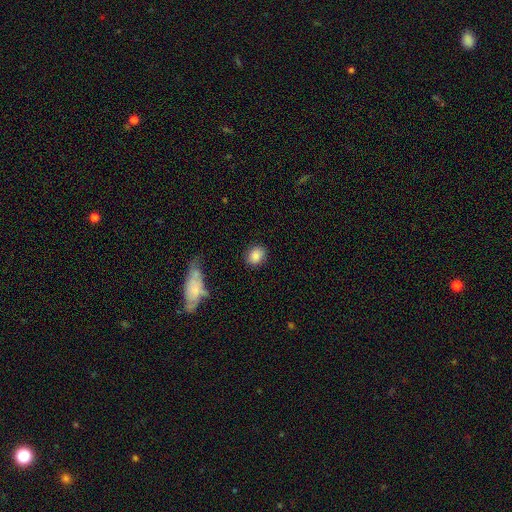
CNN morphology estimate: The model was most divided on "how rounded": round: 57%, in between: 42%, cigar-shaped: 1%. More confident: smooth or featured — smooth (85%); merging — none (83%).